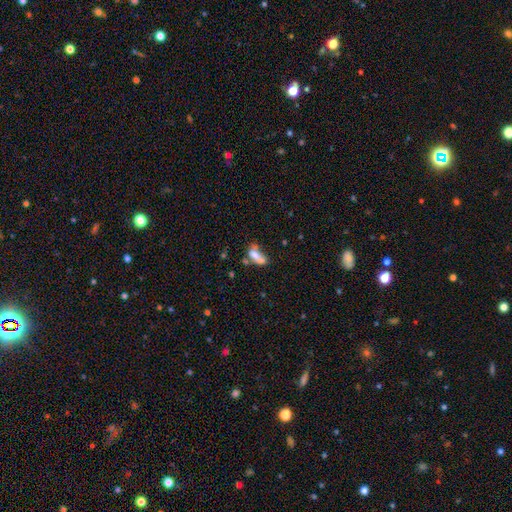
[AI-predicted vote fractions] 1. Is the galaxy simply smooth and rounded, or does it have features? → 64% smooth, 24% featured or disk, 11% star or artifact.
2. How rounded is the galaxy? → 75% in between, 19% cigar-shaped, 6% round.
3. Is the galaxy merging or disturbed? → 38% merger, 23% none, 21% major disturbance, 18% minor disturbance.